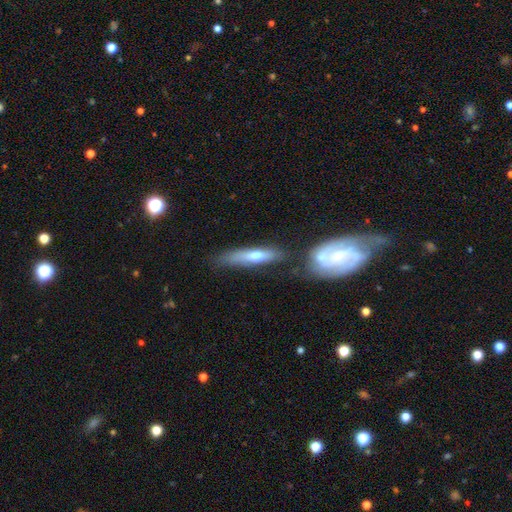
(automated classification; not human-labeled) A smooth galaxy with no disk features (56%) that is cigar-shaped (81%).

Vote fractions:
- Smooth or featured? smooth: 56% / featured or disk: 37% / star or artifact: 6%
- How rounded? cigar-shaped: 81% / in between: 17% / round: 2%
- Merging? none: 64% / minor disturbance: 18% / merger: 12% / major disturbance: 6%